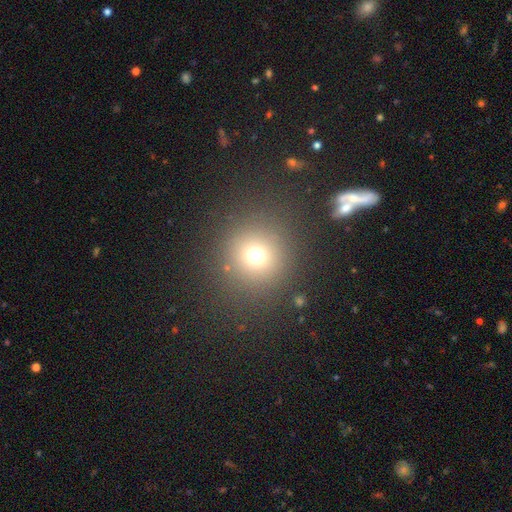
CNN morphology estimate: Smooth or featured? Predicted: smooth (p=0.69). How rounded? Predicted: round (p=0.94). Merging? Predicted: none (p=0.85).